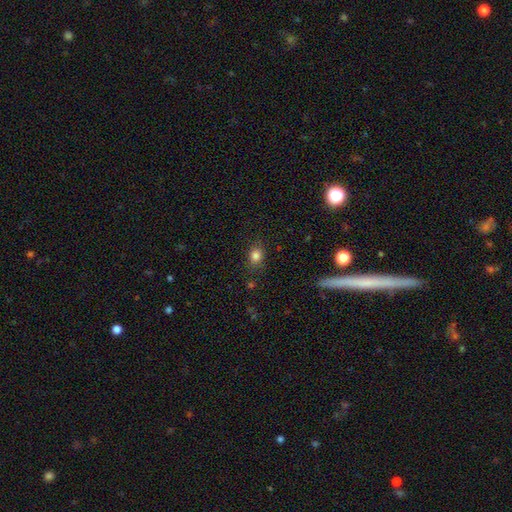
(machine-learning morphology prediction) Overall: smooth (82%). How rounded: round (54%; in between 45%). Merging: none (83%).